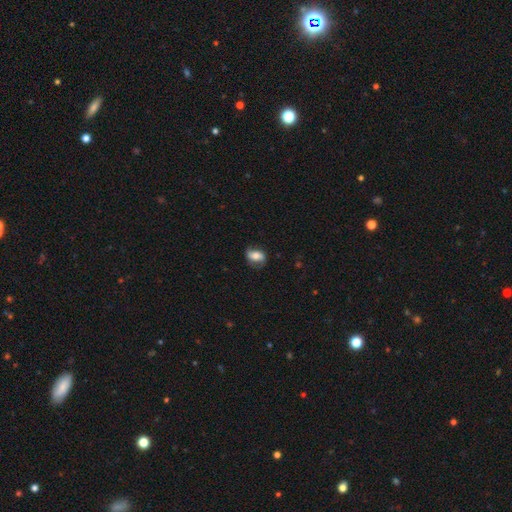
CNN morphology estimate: smooth 52%, featured or disk 41%, star or artifact 8%. Down the decision tree: how rounded — in between (79%); merging — none (71%).